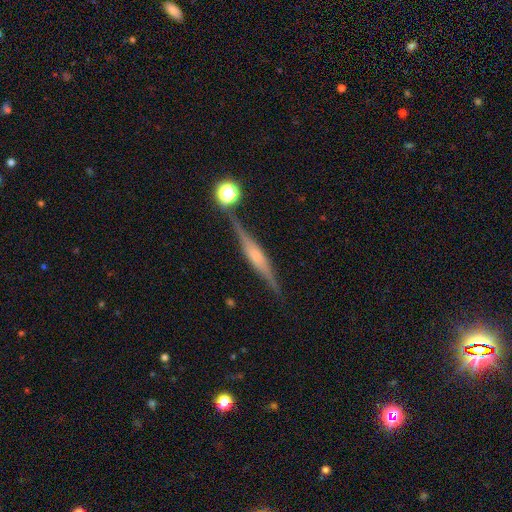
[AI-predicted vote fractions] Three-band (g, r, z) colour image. It shows a featured or disk galaxy (71%) viewed edge-on (97%) with a rounded central bulge (49%). Merging: none (82%).